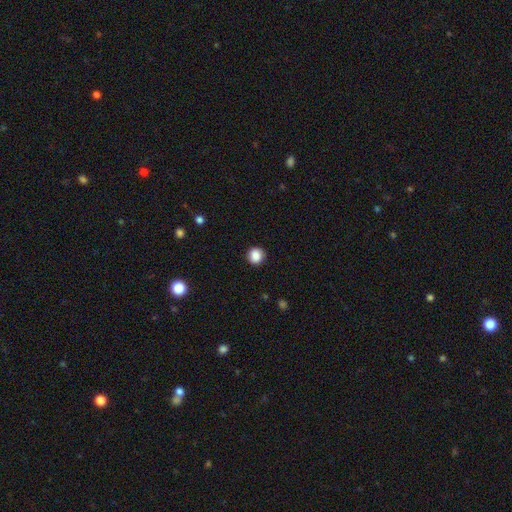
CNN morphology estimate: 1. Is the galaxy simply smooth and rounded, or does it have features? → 87% smooth, 10% star or artifact, 4% featured or disk.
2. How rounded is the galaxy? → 91% round, 8% in between, 1% cigar-shaped.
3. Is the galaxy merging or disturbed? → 91% none, 6% minor disturbance, 2% major disturbance, 1% merger.